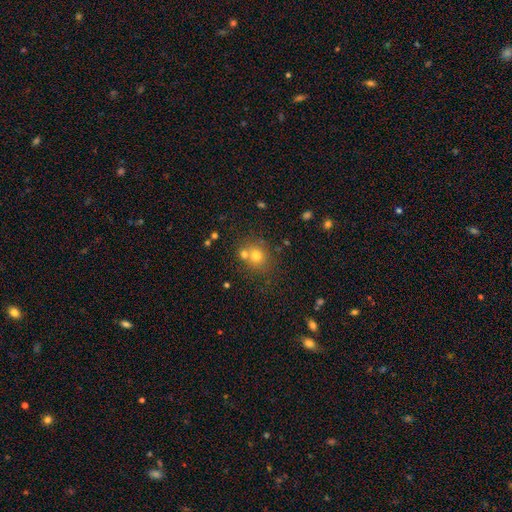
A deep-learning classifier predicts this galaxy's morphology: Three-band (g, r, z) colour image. It shows a smooth galaxy with no disk features (72%) that is round (80%). Merging: none (57%).